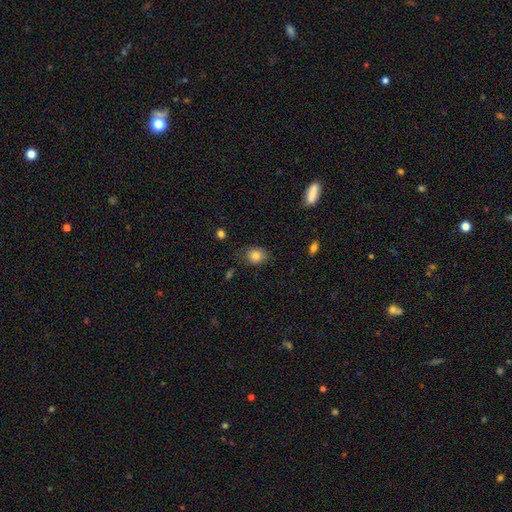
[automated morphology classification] The model was most divided on "how rounded": round: 56%, in between: 43%, cigar-shaped: 1%. More confident: smooth or featured — smooth (82%); merging — none (78%).